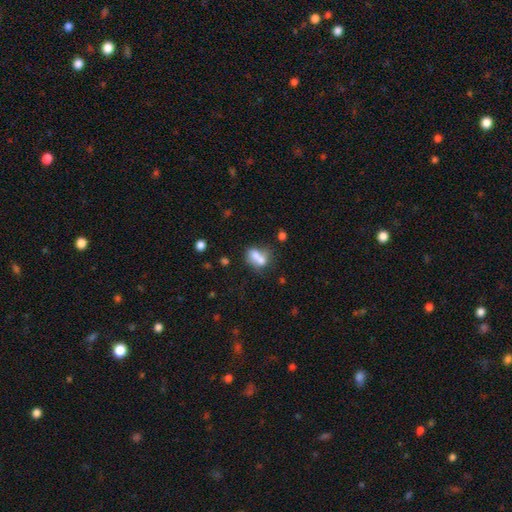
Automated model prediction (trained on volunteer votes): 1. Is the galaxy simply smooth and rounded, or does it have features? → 68% smooth, 21% featured or disk, 11% star or artifact.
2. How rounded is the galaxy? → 67% in between, 30% round, 3% cigar-shaped.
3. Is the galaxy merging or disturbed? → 59% merger, 24% none, 10% minor disturbance, 7% major disturbance.